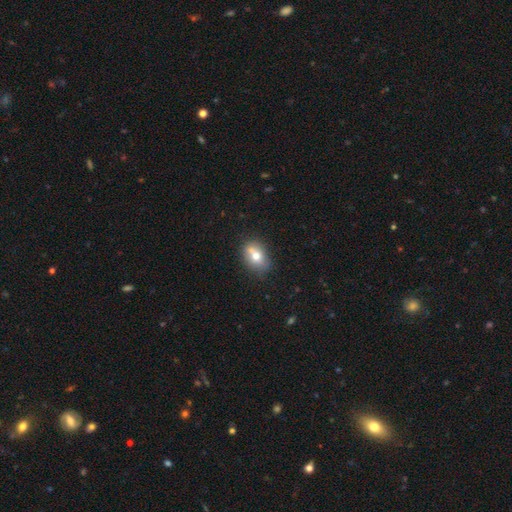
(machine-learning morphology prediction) smooth-or-featured: smooth: 64% | featured or disk: 26% | star or artifact: 10%
  how-rounded: in between: 66% | round: 31% | cigar-shaped: 3%
  merging: none: 55% | merger: 20% | minor disturbance: 19% | major disturbance: 6%